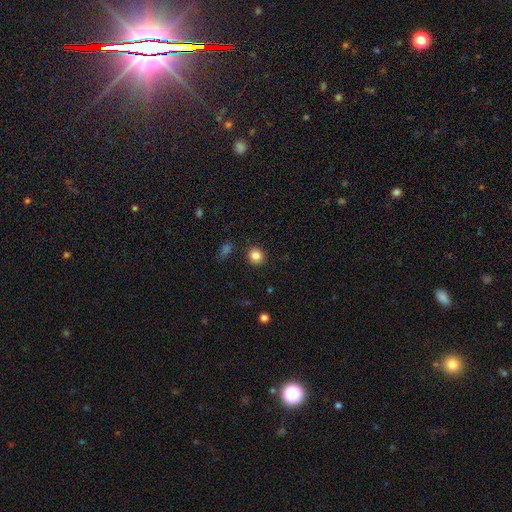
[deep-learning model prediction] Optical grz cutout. It shows a smooth galaxy with no disk features (84%) that is round (80%). Merging: none (88%).